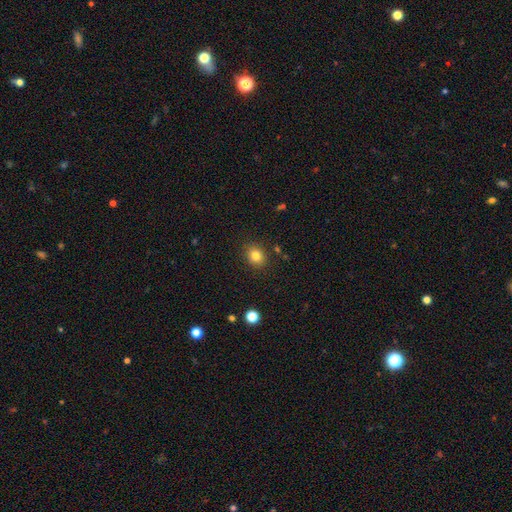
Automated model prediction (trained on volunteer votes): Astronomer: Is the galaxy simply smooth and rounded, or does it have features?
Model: smooth — 82%.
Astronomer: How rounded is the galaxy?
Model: round — 67%.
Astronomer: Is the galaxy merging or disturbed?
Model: none — 87%.